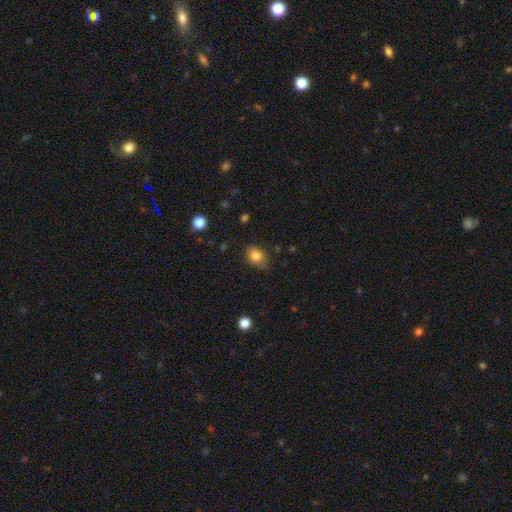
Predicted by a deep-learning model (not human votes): Smooth or featured? Predicted: smooth (p=0.83). How rounded? Predicted: in between (p=0.52). Merging? Predicted: none (p=0.66).